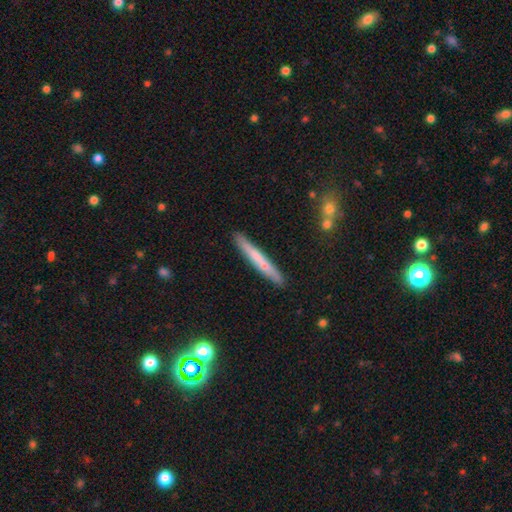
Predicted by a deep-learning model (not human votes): Smooth or featured? Predicted: smooth (p=0.56). How rounded? Predicted: cigar-shaped (p=0.96). Merging? Predicted: none (p=0.88).